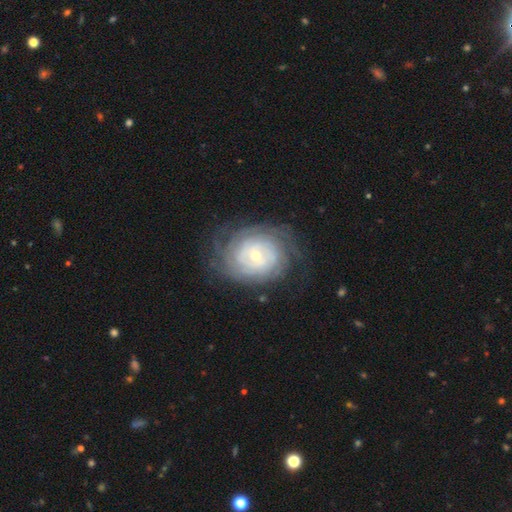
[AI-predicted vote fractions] featured or disk 83%, smooth 10%, star or artifact 6%. Down the decision tree: edge-on disk — no (97%); bar — no (60%); spiral arms — yes (94%); spiral arm count — can't tell (46%); spiral winding — tight (81%); bulge size — small (63%); merging — none (76%).